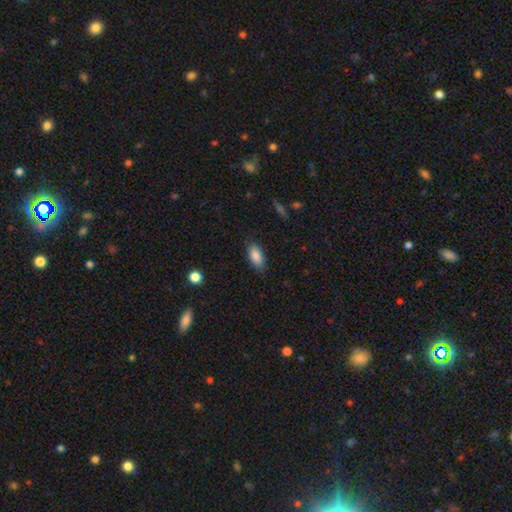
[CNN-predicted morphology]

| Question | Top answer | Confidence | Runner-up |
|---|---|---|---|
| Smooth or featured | smooth | 87% | star or artifact (7%) |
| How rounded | in between | 89% | cigar-shaped (8%) |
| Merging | none | 84% | minor disturbance (12%) |